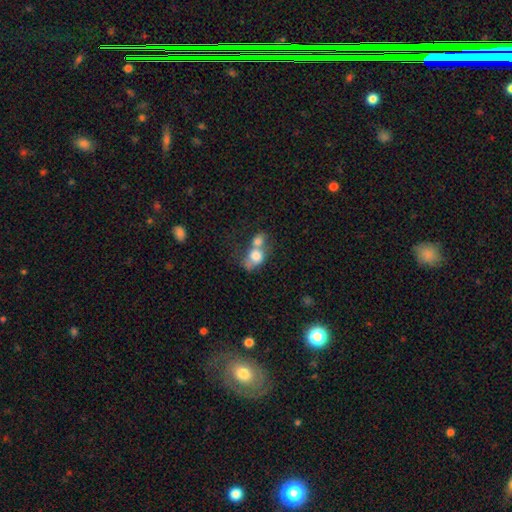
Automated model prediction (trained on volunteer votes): Overall: smooth (71%). How rounded: in between (55%; round 43%). Merging: merger (69%).